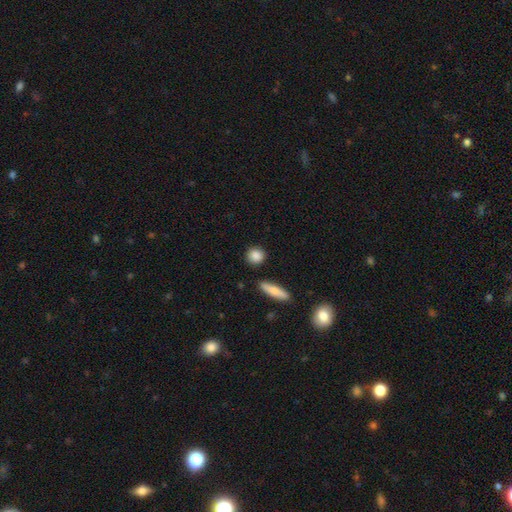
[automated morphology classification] Smooth or featured?
  - smooth: 87% *
  - star or artifact: 7%
  - featured or disk: 6%
How rounded?
  - round: 80% *
  - in between: 16%
  - cigar-shaped: 4%
Merging?
  - none: 87% *
  - minor disturbance: 8%
  - merger: 3%
  - major disturbance: 2%